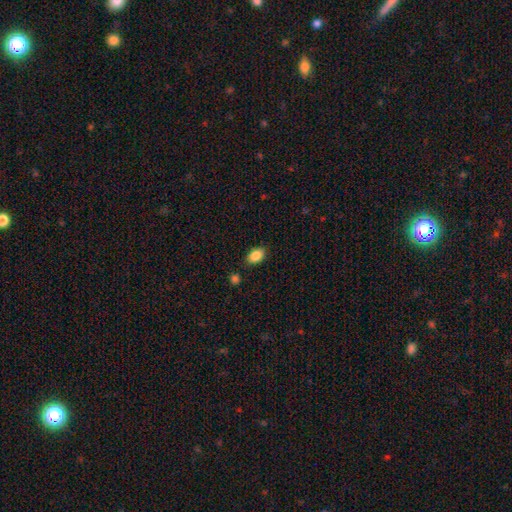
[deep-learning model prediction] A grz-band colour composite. It shows a smooth galaxy with no disk features (86%) that is in between round and cigar-shaped (86%). Merging: none (84%).